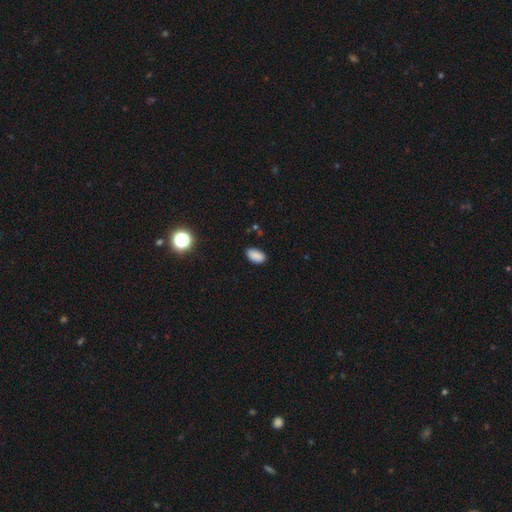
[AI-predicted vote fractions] Morphology: type=smooth (86%); roundness=in between (94%); merging=none (86%).